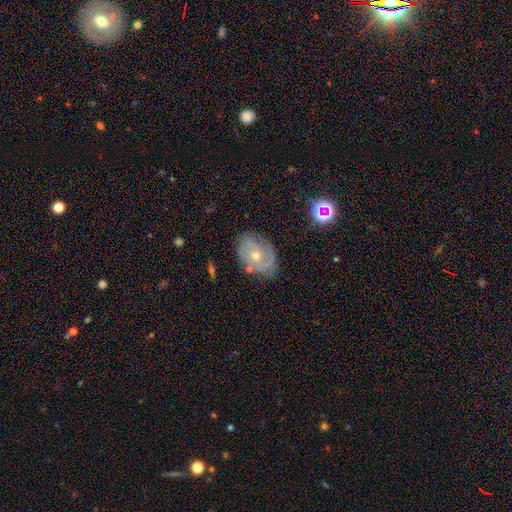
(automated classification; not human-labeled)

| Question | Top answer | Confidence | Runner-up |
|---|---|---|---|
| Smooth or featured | featured or disk | 66% | smooth (23%) |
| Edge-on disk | no | 95% | yes (5%) |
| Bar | no | 81% | weak (16%) |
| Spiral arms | yes | 77% | no (23%) |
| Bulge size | small | 54% | moderate (43%) |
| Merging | none | 72% | minor disturbance (20%) |